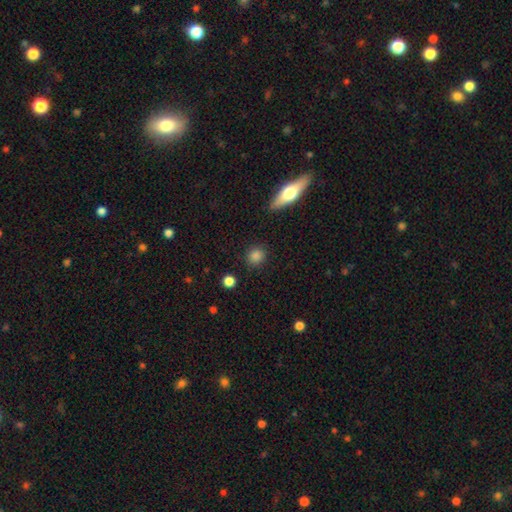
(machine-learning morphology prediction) The model was most divided on "how rounded": round: 85%, in between: 13%, cigar-shaped: 2%. More confident: merging — none (86%); smooth or featured — smooth (85%).